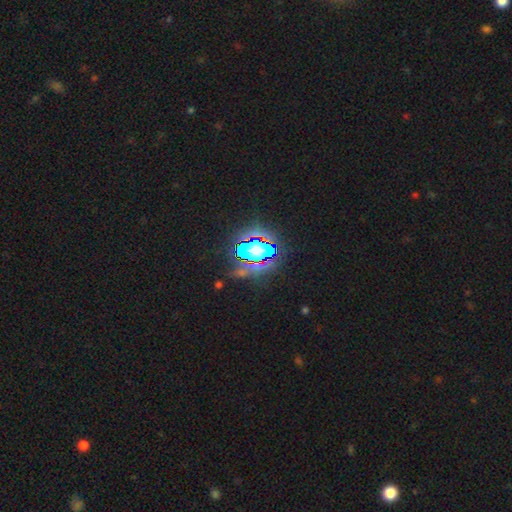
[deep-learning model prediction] star or artifact 84%, smooth 10%, featured or disk 6%.